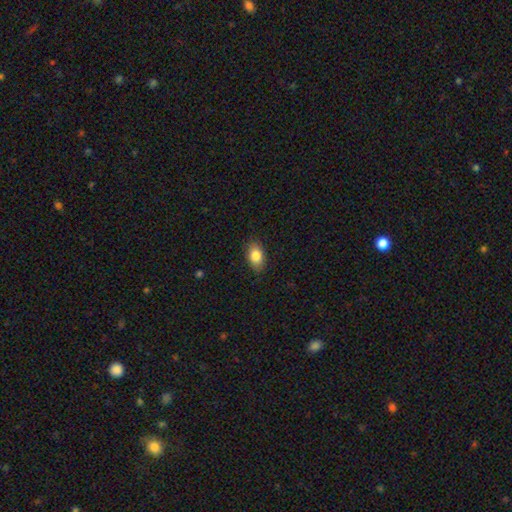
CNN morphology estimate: This appears to be a smooth galaxy with no disk features (84%) that is in between round and cigar-shaped (89%). Merging: none (85%).